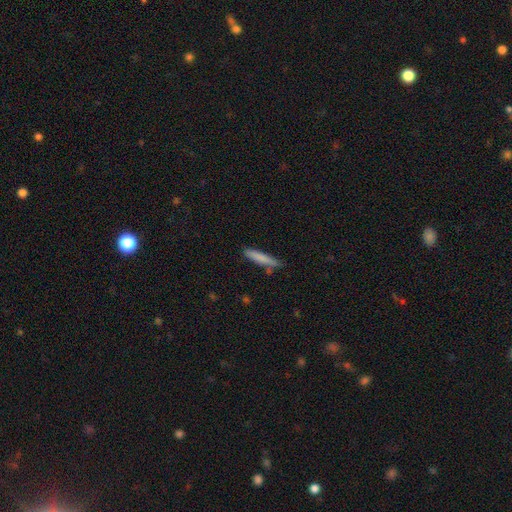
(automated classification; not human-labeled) The model was most divided on "smooth or featured": smooth: 77%, featured or disk: 16%, star or artifact: 6%. More confident: how rounded — cigar-shaped (93%); merging — none (82%).